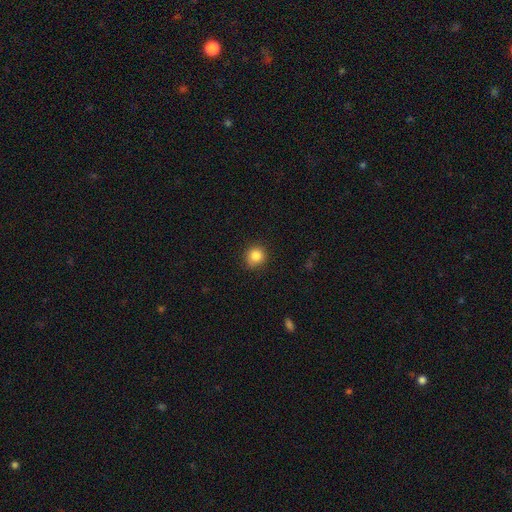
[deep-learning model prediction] Smooth or featured? smooth (85%)
How rounded? round (90%)
Merging? none (87%)